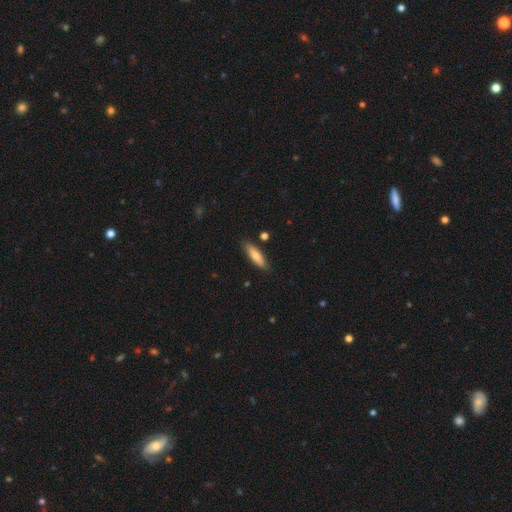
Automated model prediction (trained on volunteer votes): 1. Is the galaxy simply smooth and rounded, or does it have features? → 69% smooth, 25% featured or disk, 6% star or artifact.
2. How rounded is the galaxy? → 64% cigar-shaped, 34% in between, 2% round.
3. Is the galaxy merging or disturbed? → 86% none, 10% minor disturbance, 2% merger, 2% major disturbance.